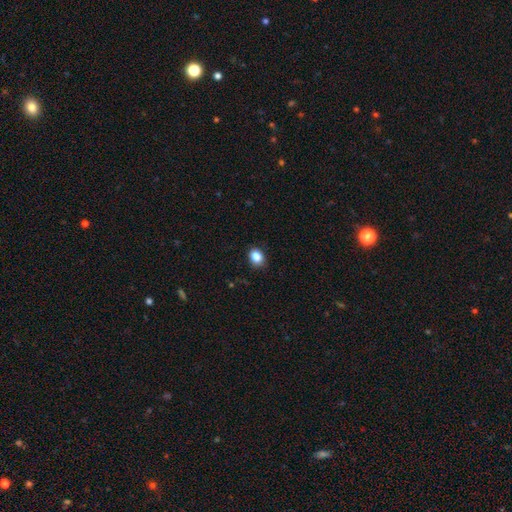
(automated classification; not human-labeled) Smooth or featured? Predicted: smooth (p=0.86). How rounded? Predicted: in between (p=0.58). Merging? Predicted: none (p=0.84).